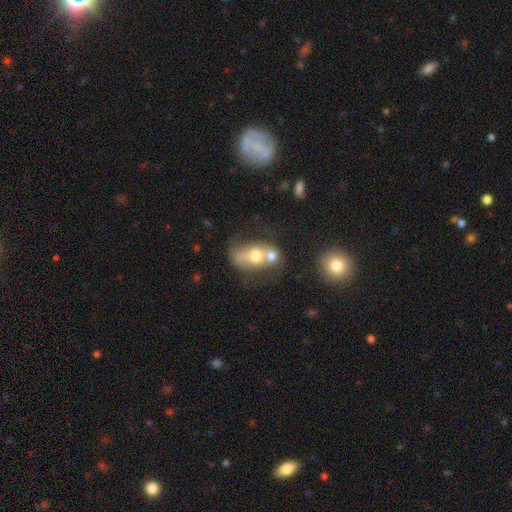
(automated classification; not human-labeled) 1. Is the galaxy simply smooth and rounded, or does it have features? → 54% smooth, 36% featured or disk, 10% star or artifact.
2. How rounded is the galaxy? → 67% in between, 31% round, 3% cigar-shaped.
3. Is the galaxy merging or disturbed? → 53% merger, 23% none, 13% minor disturbance, 11% major disturbance.